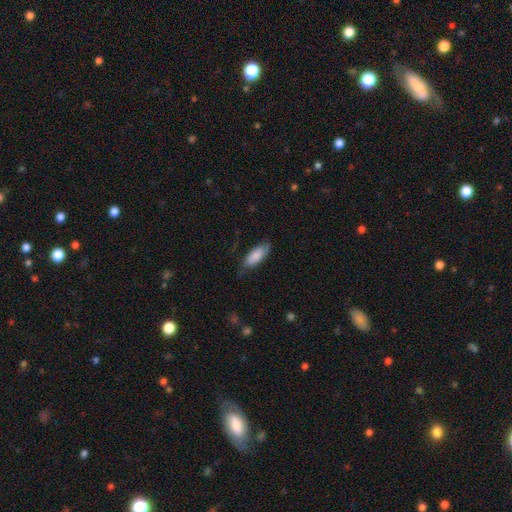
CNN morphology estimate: The model was most divided on "merging": none: 62%, minor disturbance: 28%, major disturbance: 9%, merger: 1%. More confident: how rounded — in between (78%); smooth or featured — smooth (77%).